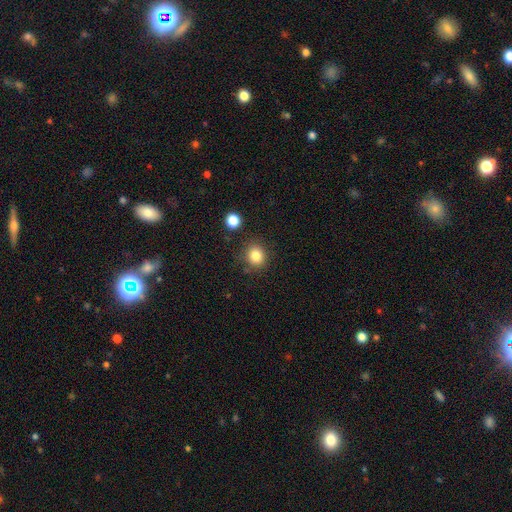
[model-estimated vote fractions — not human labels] Q: Smooth or featured?
A: smooth (83%); runner-up: star or artifact (11%)
Q: How rounded?
A: round (83%); runner-up: in between (17%)
Q: Merging?
A: none (84%); runner-up: minor disturbance (10%)